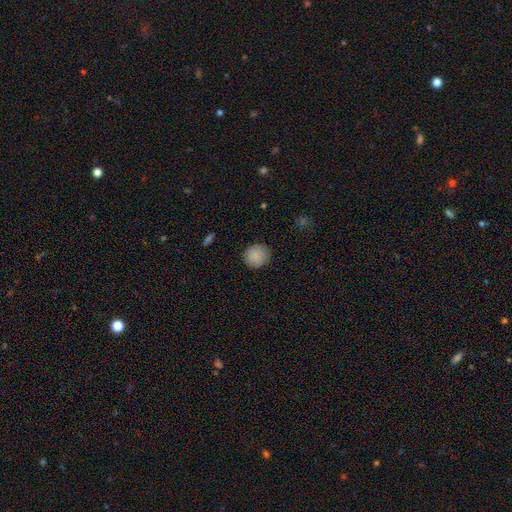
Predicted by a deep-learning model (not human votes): A smooth galaxy with no disk features (88%) that is round (91%).

Vote fractions:
- Smooth or featured? smooth: 88% / star or artifact: 8% / featured or disk: 3%
- How rounded? round: 91% / in between: 8% / cigar-shaped: 1%
- Merging? none: 89% / minor disturbance: 8% / major disturbance: 2% / merger: 1%